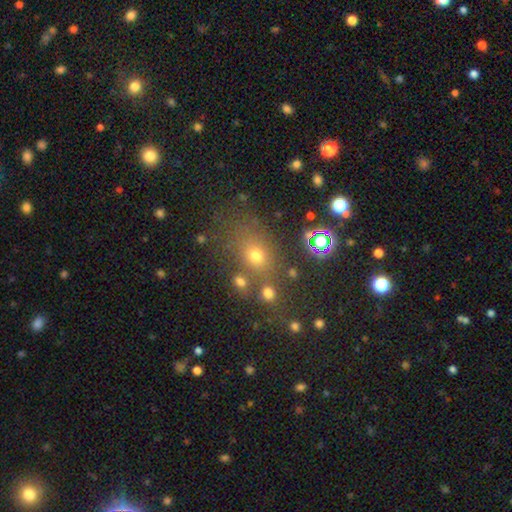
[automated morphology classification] Overall: smooth (60%; star or artifact 28%). How rounded: round (51%; in between 46%). Merging: none (68%).